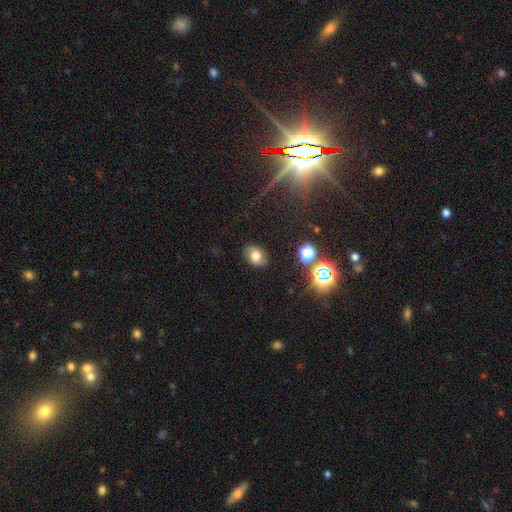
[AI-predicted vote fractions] This appears to be a smooth galaxy with no disk features (48%). Merging: none (81%).